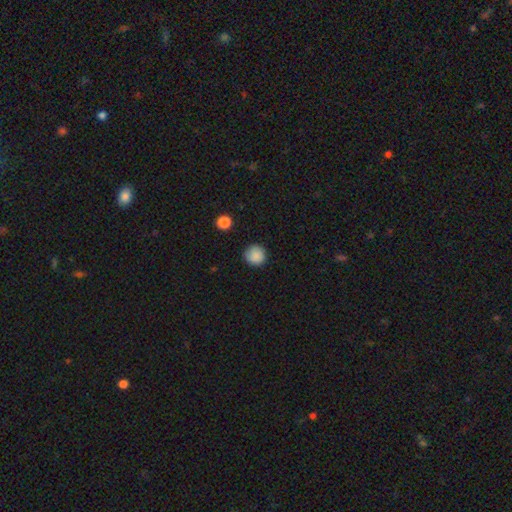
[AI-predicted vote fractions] Smooth or featured: smooth — 87% (star or artifact — 9%)
How rounded: round — 94% (in between — 5%)
Merging: none — 86% (minor disturbance — 10%)